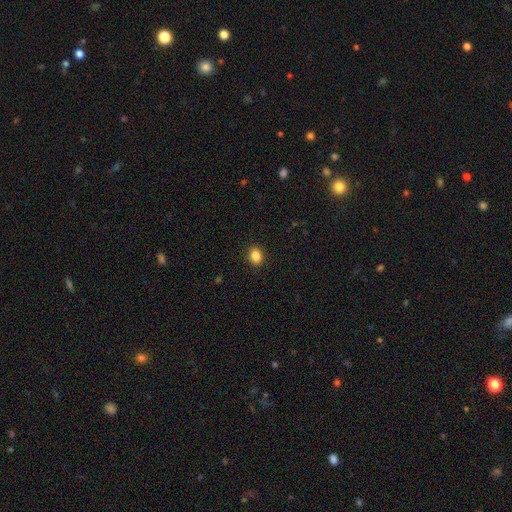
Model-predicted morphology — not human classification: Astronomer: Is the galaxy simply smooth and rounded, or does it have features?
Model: smooth — 86%.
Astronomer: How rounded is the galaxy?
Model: round — 51% (runner-up: in between, 48%).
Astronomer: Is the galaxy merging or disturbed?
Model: none — 91%.